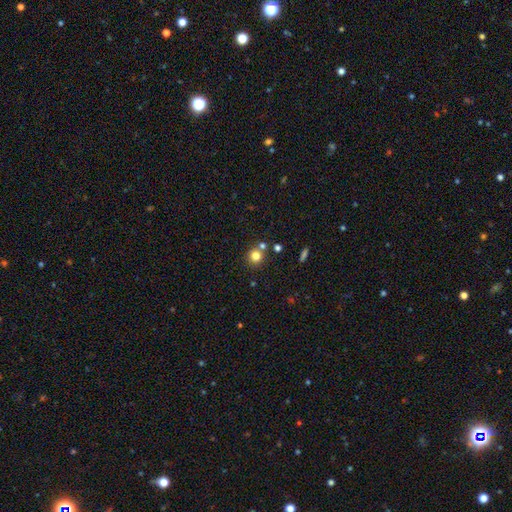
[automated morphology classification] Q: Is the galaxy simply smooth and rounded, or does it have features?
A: smooth — 78%.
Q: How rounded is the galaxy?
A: round — 91%.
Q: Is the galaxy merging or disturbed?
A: none — 71%.